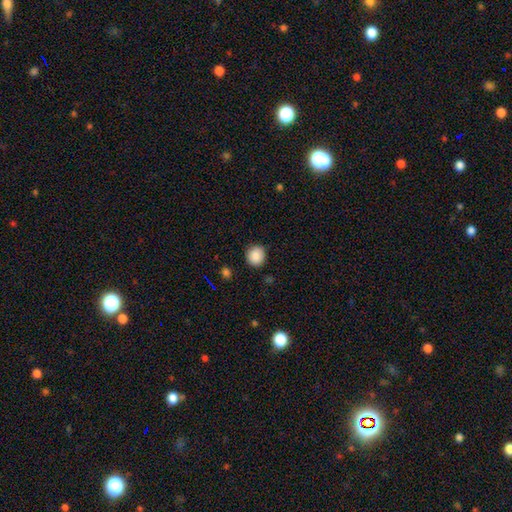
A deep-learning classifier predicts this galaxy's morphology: Overall: smooth (88%). How rounded: round (86%). Merging: none (89%).